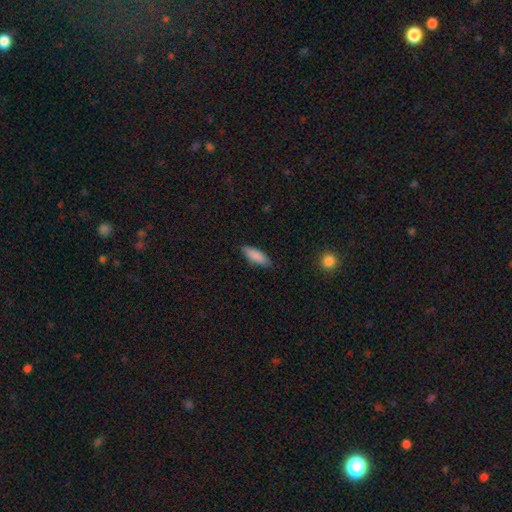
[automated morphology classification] Smooth or featured: smooth — 87% (featured or disk — 7%)
How rounded: in between — 58% (cigar-shaped — 40%)
Merging: none — 84% (minor disturbance — 13%)